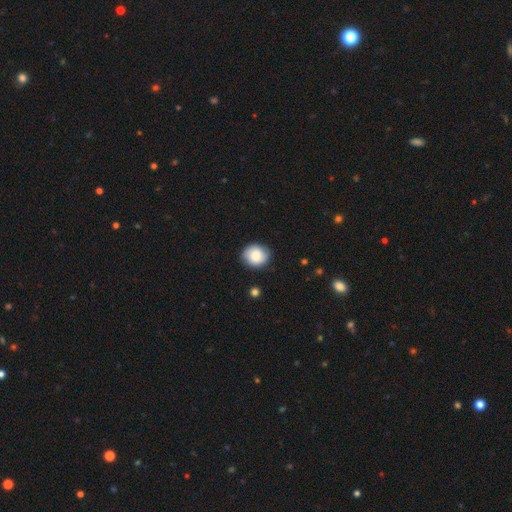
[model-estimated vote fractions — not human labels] Smooth or featured? smooth (84%)
How rounded? round (77%)
Merging? none (86%)